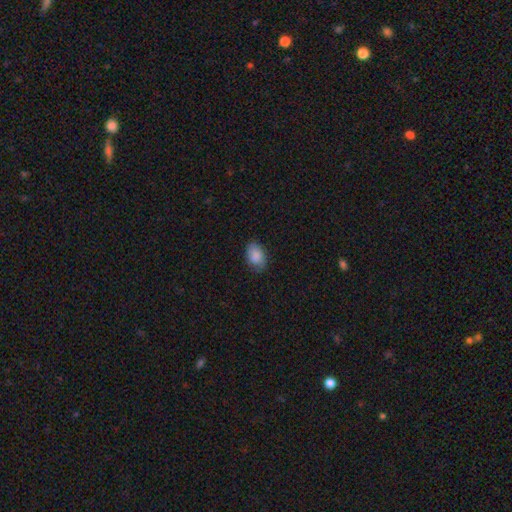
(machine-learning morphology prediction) A smooth galaxy with no disk features (86%) that is in between round and cigar-shaped (86%). Merging: none (77%).